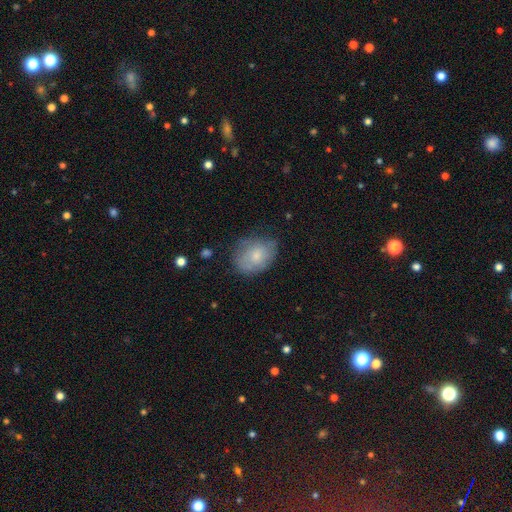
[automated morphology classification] smooth_or_featured: smooth (p=0.65) [alt: featured or disk p=0.27]
how_rounded: in between (p=0.66) [alt: round p=0.33]
merging: none (p=0.58) [alt: minor disturbance p=0.30]